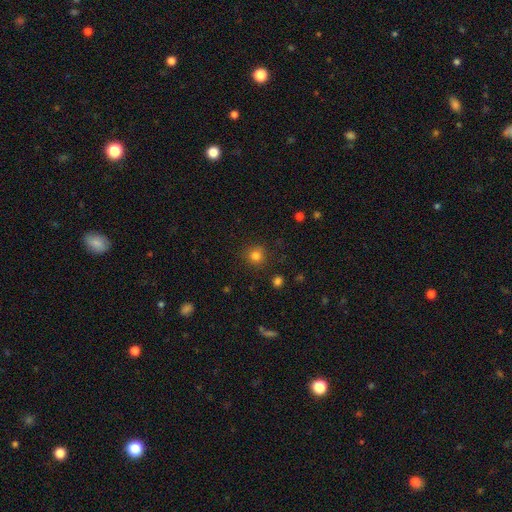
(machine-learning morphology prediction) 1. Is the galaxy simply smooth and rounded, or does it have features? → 81% smooth, 14% star or artifact, 5% featured or disk.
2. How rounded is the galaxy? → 92% round, 7% in between, 1% cigar-shaped.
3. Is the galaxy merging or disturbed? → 87% none, 8% minor disturbance, 3% major disturbance, 2% merger.